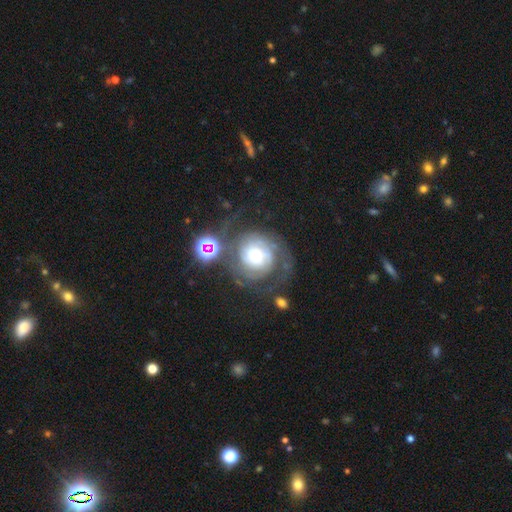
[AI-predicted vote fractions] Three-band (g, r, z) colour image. It shows a featured or disk galaxy (79%) with no bar (70%), 2 (45%) tight (55%) spiral arms (93%) and a moderate central bulge (44%). Merging: none (57%).